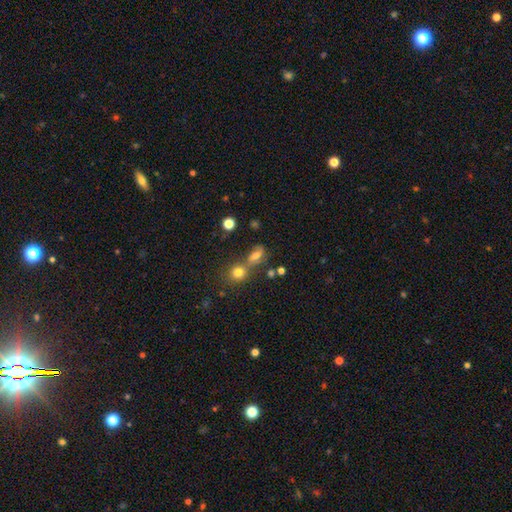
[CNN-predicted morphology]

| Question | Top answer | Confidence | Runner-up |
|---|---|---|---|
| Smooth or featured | smooth | 62% | featured or disk (20%) |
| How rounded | in between | 68% | round (26%) |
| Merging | none | 42% | merger (35%) |